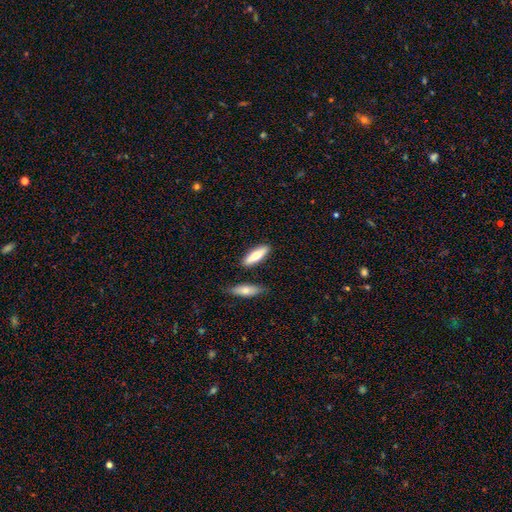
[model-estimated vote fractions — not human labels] Overall: smooth (66%; featured or disk 29%). How rounded: in between (50%; cigar-shaped 48%). Merging: none (82%).